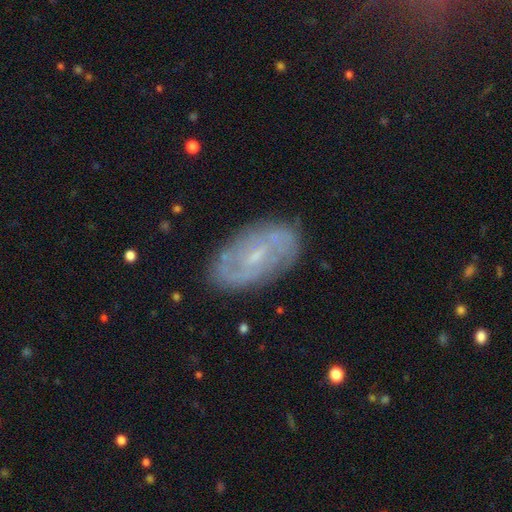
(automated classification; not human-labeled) A featured or disk galaxy (71%) with a weak bar (52%), 2 (55%) medium (40%) spiral arms (82%) and a small central bulge (72%). Merging: none (81%).